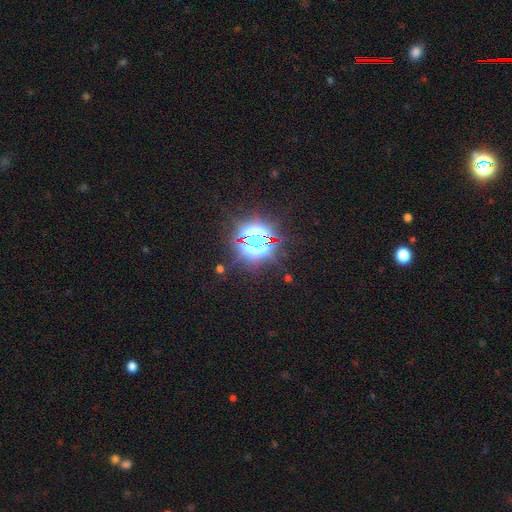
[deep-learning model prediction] This is clearly a star or artifact rather than a galaxy (83%).